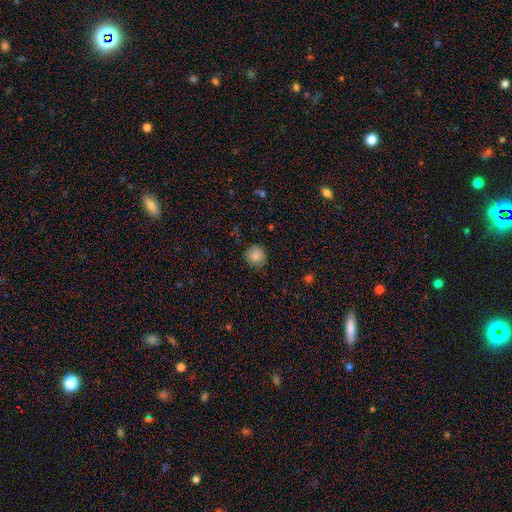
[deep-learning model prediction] Smooth or featured? smooth (83%)
How rounded? round (90%)
Merging? none (86%)